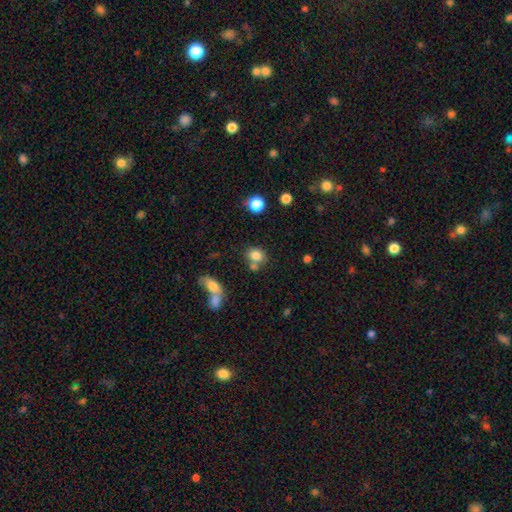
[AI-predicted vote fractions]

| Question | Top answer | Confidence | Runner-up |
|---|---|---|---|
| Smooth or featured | smooth | 81% | star or artifact (11%) |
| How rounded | round | 63% | in between (36%) |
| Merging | none | 55% | merger (27%) |